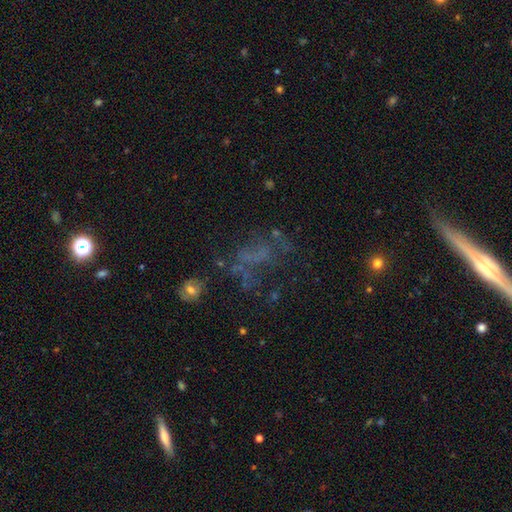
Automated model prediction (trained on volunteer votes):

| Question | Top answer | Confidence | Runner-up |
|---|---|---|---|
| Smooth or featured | featured or disk | 42% | star or artifact (33%) |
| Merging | none | 43% | major disturbance (34%) |